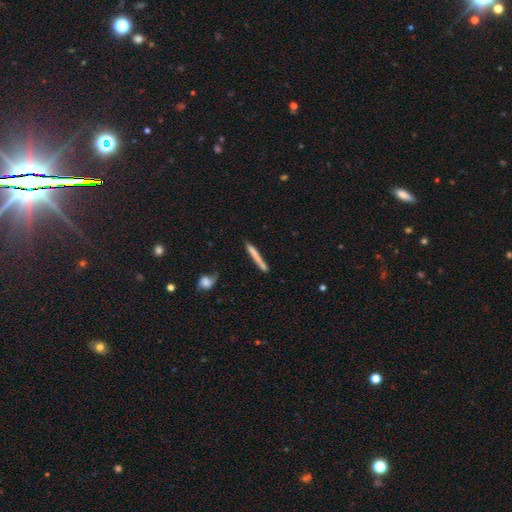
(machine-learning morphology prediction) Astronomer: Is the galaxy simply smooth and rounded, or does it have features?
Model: smooth — 63%.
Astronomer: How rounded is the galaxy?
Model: cigar-shaped — 94%.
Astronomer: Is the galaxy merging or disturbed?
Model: none — 65%.